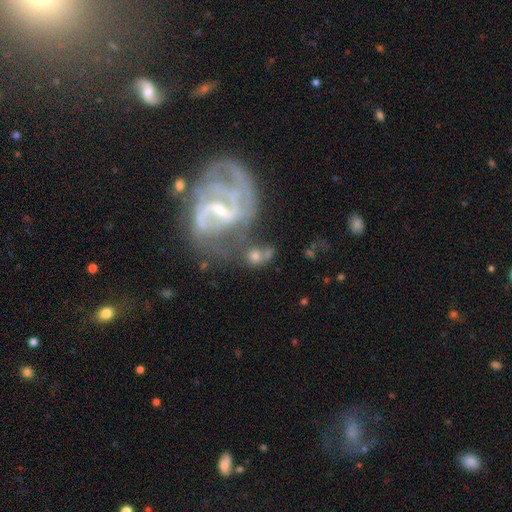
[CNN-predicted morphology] type=featured or disk (64%); edge-on=no (96%); bar=weak (43%); spiral arms=yes (80%); bulge=small (56%); merging=none (45%).